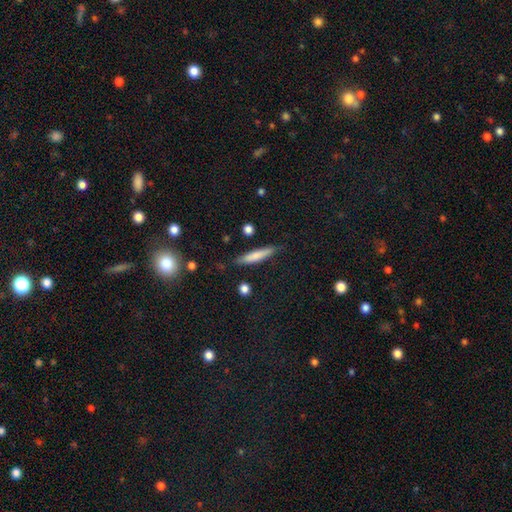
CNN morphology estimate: Smooth or featured? smooth (72%)
How rounded? cigar-shaped (88%)
Merging? none (82%)